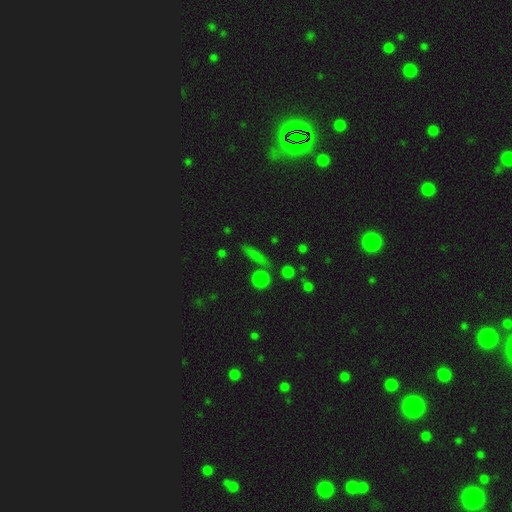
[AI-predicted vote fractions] A smooth galaxy with no disk features (66%) that is cigar-shaped (64%). Merging: none (78%).